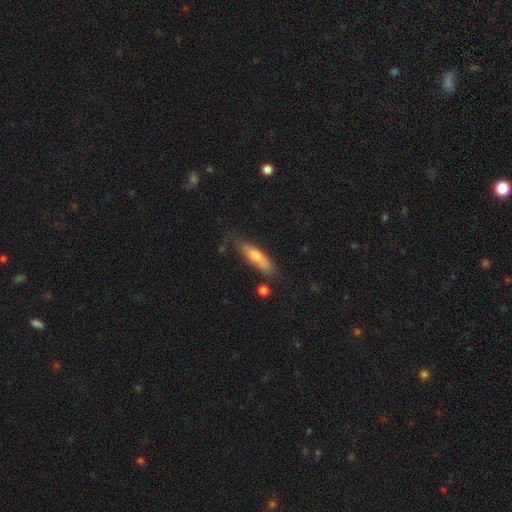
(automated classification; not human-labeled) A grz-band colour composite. It shows a smooth galaxy with no disk features (56%) that is cigar-shaped (66%). Merging: none (69%).